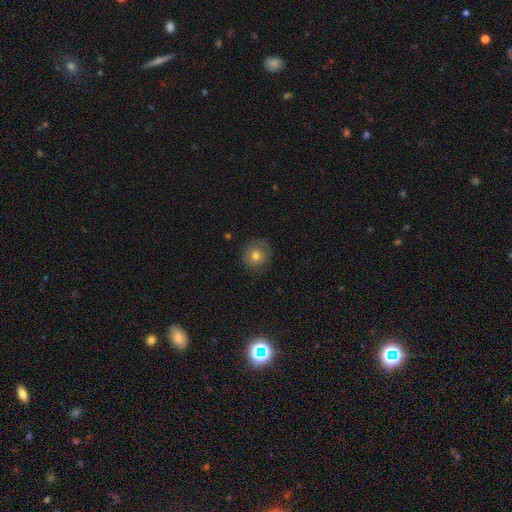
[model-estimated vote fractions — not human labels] Smooth or featured? smooth (74%)
How rounded? round (90%)
Merging? none (83%)